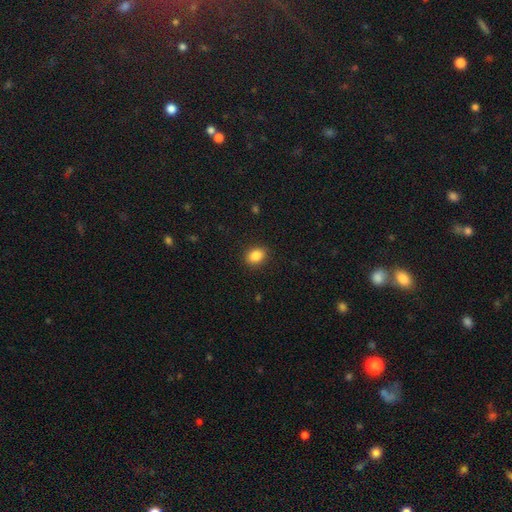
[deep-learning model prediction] smooth-or-featured: smooth: 87% | star or artifact: 9% | featured or disk: 4%
  how-rounded: in between: 65% | round: 33% | cigar-shaped: 1%
  merging: none: 89% | minor disturbance: 7% | major disturbance: 2% | merger: 1%